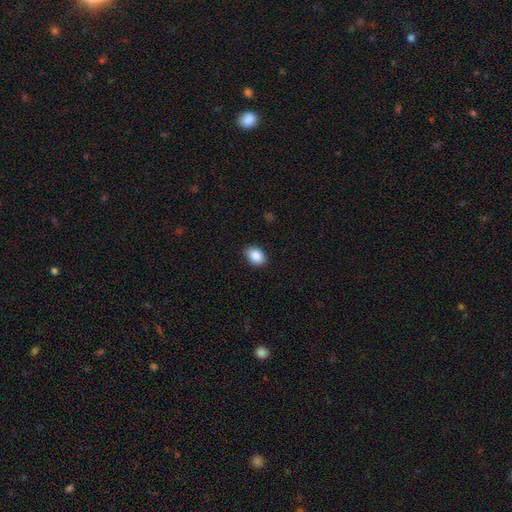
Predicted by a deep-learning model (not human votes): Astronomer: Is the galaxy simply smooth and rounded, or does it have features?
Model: smooth — 87%.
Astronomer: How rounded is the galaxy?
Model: in between — 75%.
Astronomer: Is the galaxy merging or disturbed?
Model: none — 86%.